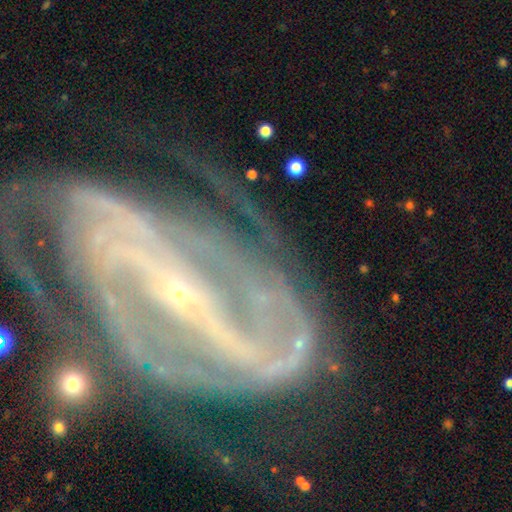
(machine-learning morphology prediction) A featured or disk galaxy (90%) with a strong bar (69%), 2 (56%) medium (44%) spiral arms (97%) and a small central bulge (90%).

Vote fractions:
- Smooth or featured? featured or disk: 90% / star or artifact: 6% / smooth: 3%
- Edge-on disk? no: 96% / yes: 4%
- Bar? strong: 69% / weak: 18% / no: 14%
- Spiral arms? yes: 97% / no: 3%
- Spiral winding? medium: 44% / tight: 39% / loose: 17%
- Spiral arm count? 2: 56% / 3: 13% / can't tell: 11% / 4: 8% / more than 4: 6% / 1: 6%
- Bulge size? small: 90% / moderate: 6% / none: 2% / large: 1% / dominant: 1%
- Merging? none: 49% / major disturbance: 24% / minor disturbance: 21% / merger: 6%